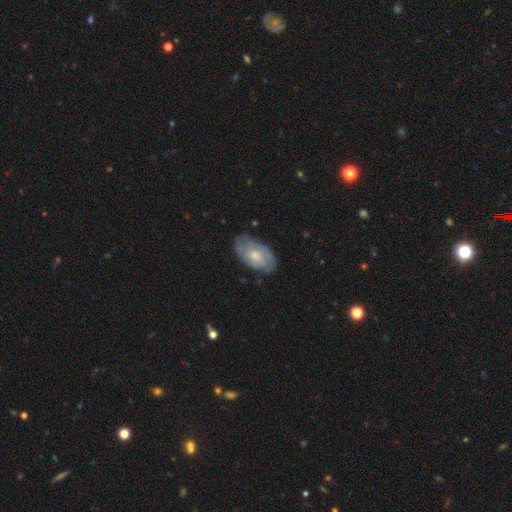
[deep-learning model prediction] Smooth or featured?
  - featured or disk: 67% *
  - smooth: 28%
  - star or artifact: 6%
Edge-on disk?
  - no: 95% *
  - yes: 5%
Bar?
  - no: 75% *
  - weak: 22%
  - strong: 3%
Spiral arms?
  - yes: 87% *
  - no: 13%
Spiral winding?
  - tight: 57% *
  - medium: 33%
  - loose: 10%
Spiral arm count?
  - 2: 39% *
  - can't tell: 37%
  - 3: 12%
  - 4: 5%
  - 1: 4%
  - more than 4: 3%
Bulge size?
  - small: 64% *
  - moderate: 30%
  - none: 3%
  - large: 2%
  - dominant: 1%
Merging?
  - none: 74% *
  - minor disturbance: 19%
  - major disturbance: 5%
  - merger: 1%